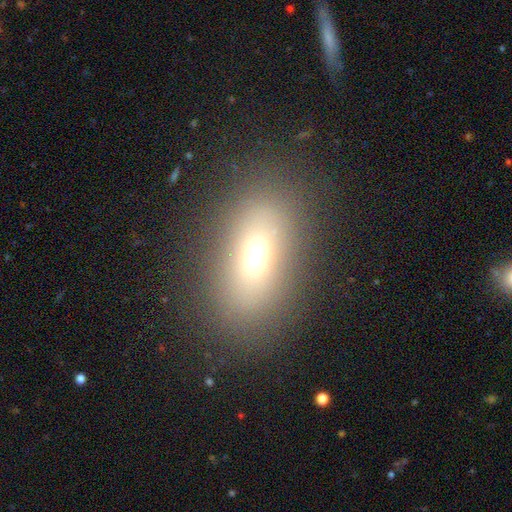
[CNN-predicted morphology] Smooth or featured?
  - smooth: 67% *
  - featured or disk: 17%
  - star or artifact: 16%
How rounded?
  - in between: 80% *
  - round: 14%
  - cigar-shaped: 6%
Merging?
  - none: 84% *
  - minor disturbance: 9%
  - major disturbance: 5%
  - merger: 1%